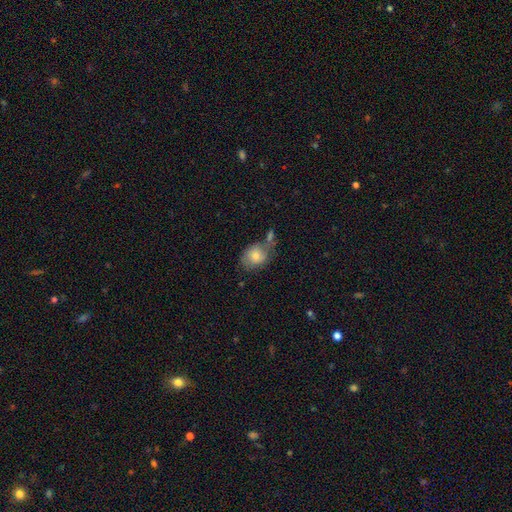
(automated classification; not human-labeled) Smooth or featured? Predicted: smooth (p=0.75). How rounded? Predicted: round (p=0.50). Merging? Predicted: none (p=0.48).